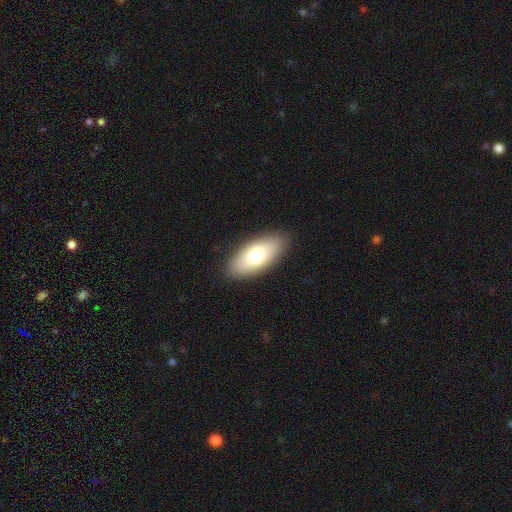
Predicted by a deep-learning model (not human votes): A smooth galaxy with no disk features (71%) that is in between round and cigar-shaped (87%). Merging: none (88%).